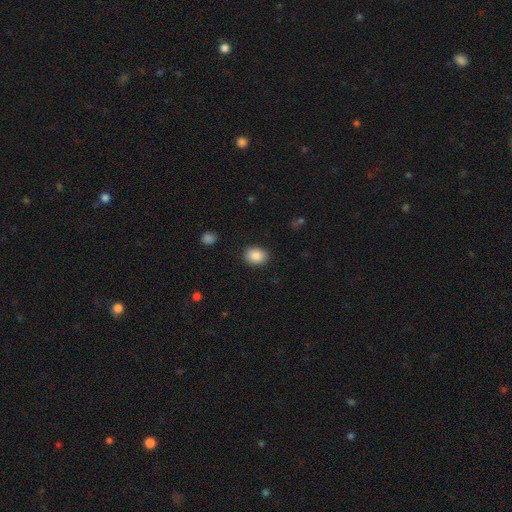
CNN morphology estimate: Smooth or featured?
  - smooth: 88% *
  - star or artifact: 8%
  - featured or disk: 4%
How rounded?
  - in between: 58% *
  - round: 41%
  - cigar-shaped: 1%
Merging?
  - none: 88% *
  - minor disturbance: 8%
  - major disturbance: 2%
  - merger: 1%